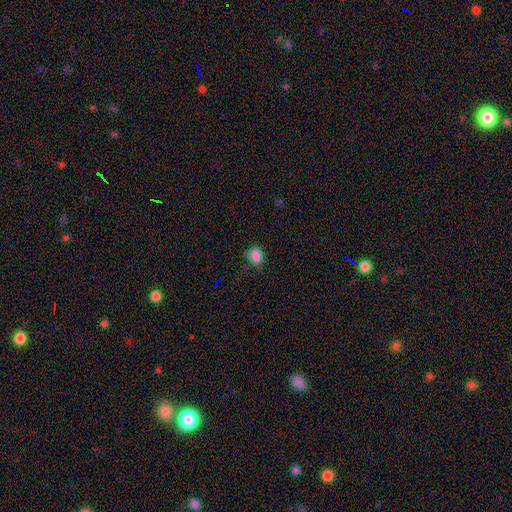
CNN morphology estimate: type=smooth (84%); roundness=in between (55%); merging=none (63%).